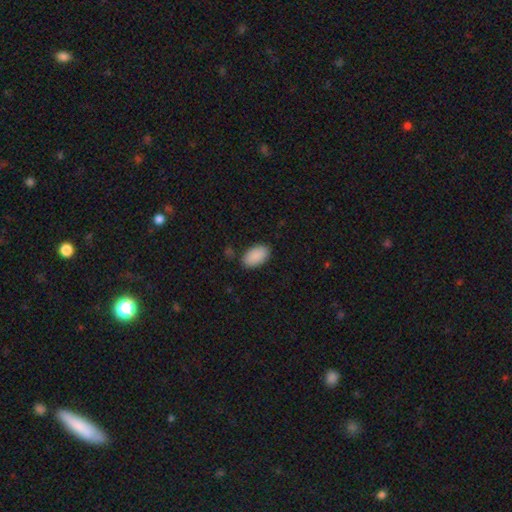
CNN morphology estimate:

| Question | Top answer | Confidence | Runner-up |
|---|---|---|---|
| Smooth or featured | smooth | 91% | star or artifact (6%) |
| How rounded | in between | 95% | round (3%) |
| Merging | none | 84% | minor disturbance (11%) |